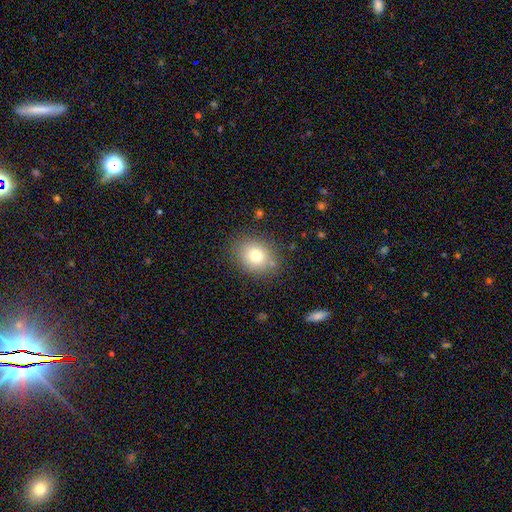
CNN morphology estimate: smooth 77%, featured or disk 12%, star or artifact 12%. Down the decision tree: how rounded — round (54%); merging — none (80%).